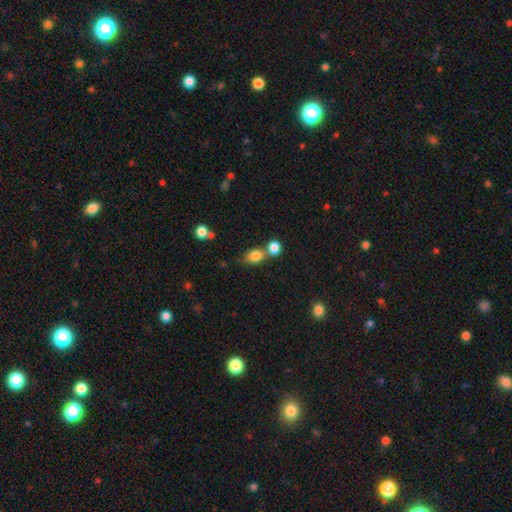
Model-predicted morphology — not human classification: This appears to be a smooth galaxy with no disk features (82%) that is in between round and cigar-shaped (62%). Merging: none (46%).